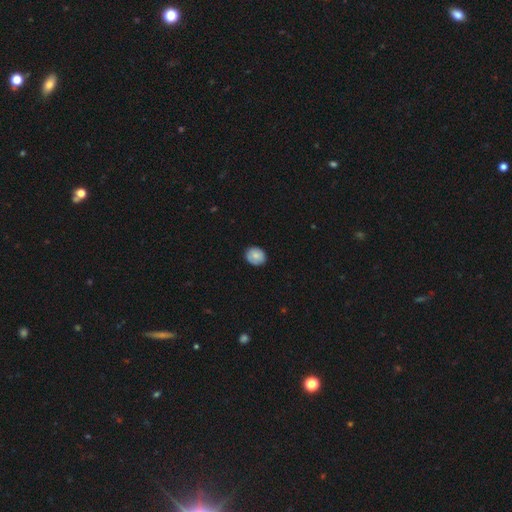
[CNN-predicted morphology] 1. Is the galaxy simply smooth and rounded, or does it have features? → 74% smooth, 19% featured or disk, 7% star or artifact.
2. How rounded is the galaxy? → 72% round, 28% in between, 1% cigar-shaped.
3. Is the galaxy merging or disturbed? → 83% none, 13% minor disturbance, 2% major disturbance, 1% merger.